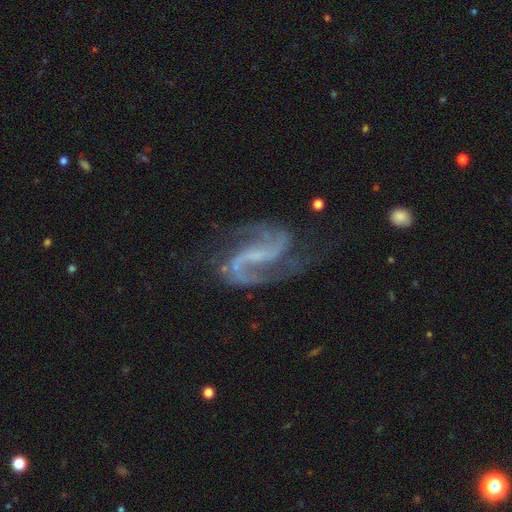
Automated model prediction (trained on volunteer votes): A featured or disk galaxy (91%) with a weak bar (43%), 2 (92%) medium (48%) spiral arms (98%) and no central bulge (46%). Merging: none (69%).